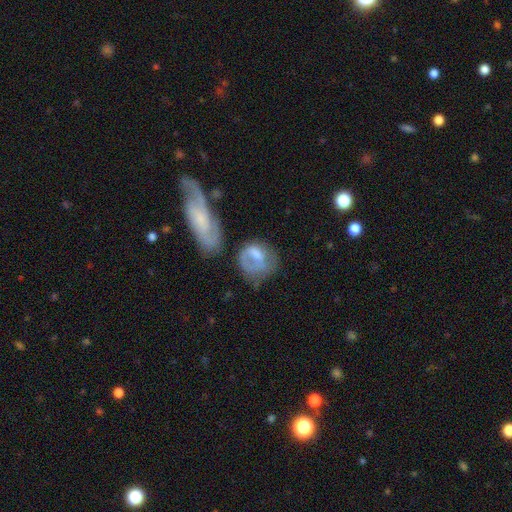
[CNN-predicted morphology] Q: Smooth or featured?
A: smooth (55%); runner-up: featured or disk (37%)
Q: How rounded?
A: round (56%); runner-up: in between (42%)
Q: Merging?
A: none (36%); runner-up: major disturbance (31%)